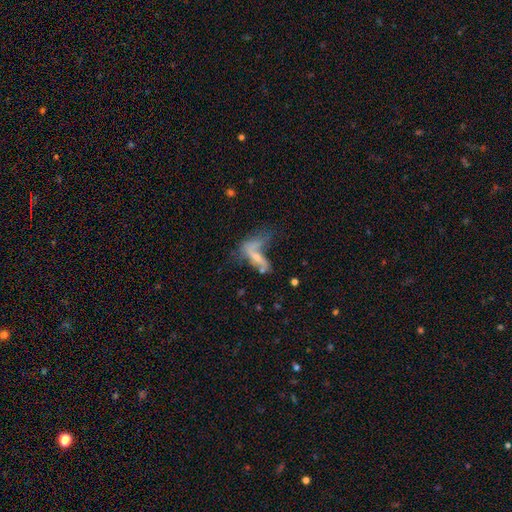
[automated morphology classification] This appears to be a featured or disk galaxy (52%). Merging: major disturbance (45%).